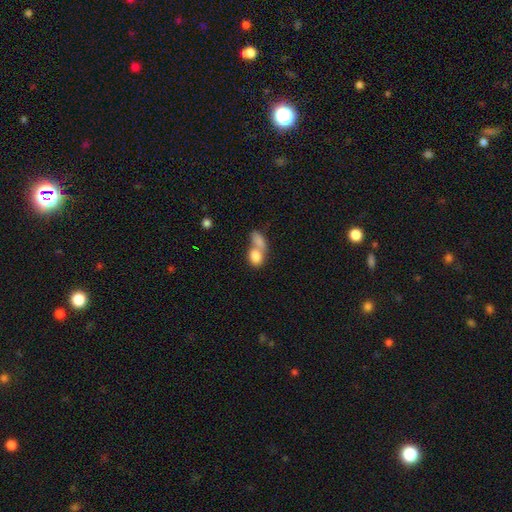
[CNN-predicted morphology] type=smooth (82%); roundness=in between (66%); merging=merger (68%).